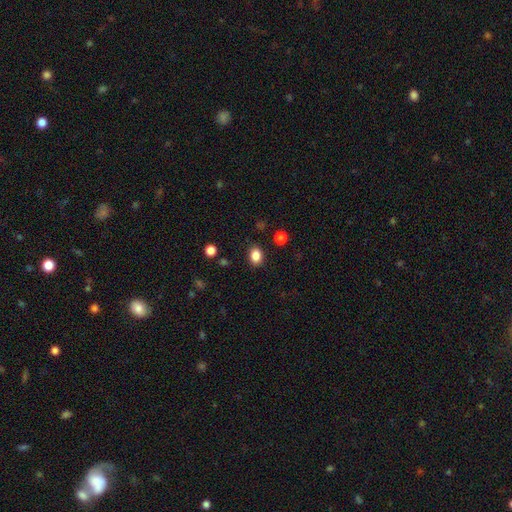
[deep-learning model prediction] Smooth or featured? smooth (86%)
How rounded? in between (62%)
Merging? none (87%)